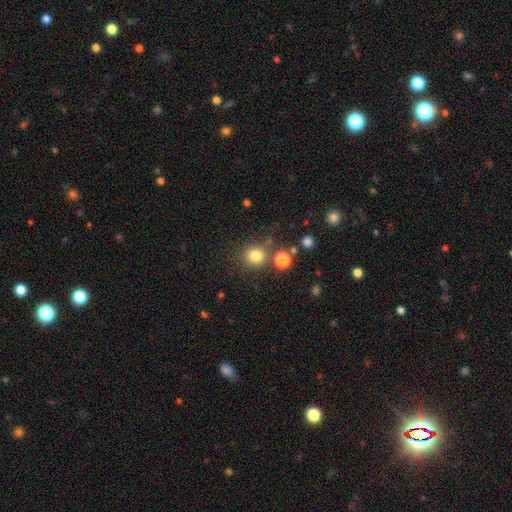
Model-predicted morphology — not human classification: Smooth or featured? smooth (80%)
How rounded? round (87%)
Merging? none (77%)